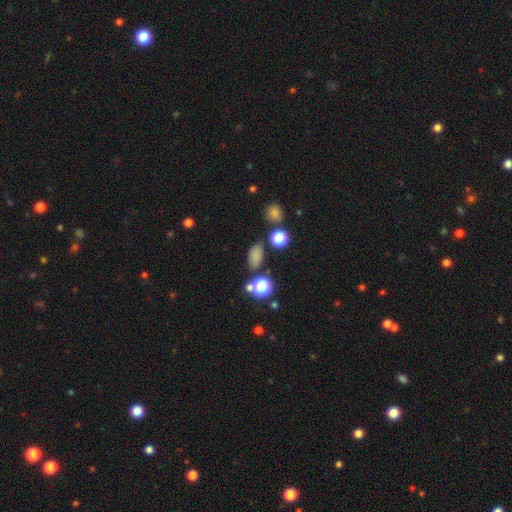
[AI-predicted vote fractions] smooth_or_featured: smooth (p=0.77) [alt: star or artifact p=0.16]
how_rounded: in between (p=0.84) [alt: round p=0.13]
merging: none (p=0.77) [alt: minor disturbance p=0.12]